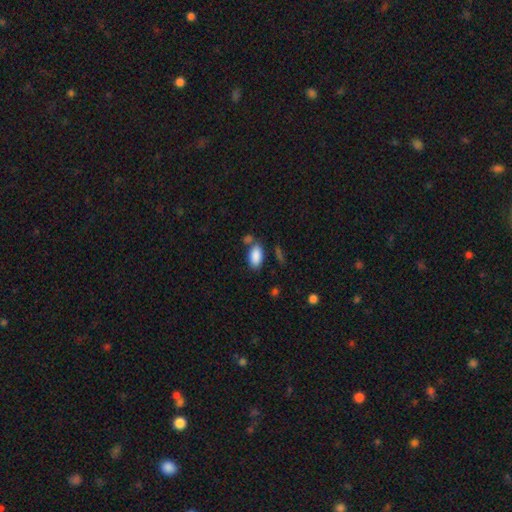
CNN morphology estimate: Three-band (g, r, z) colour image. It shows a smooth galaxy with no disk features (88%) that is in between round and cigar-shaped (94%). Merging: none (67%).